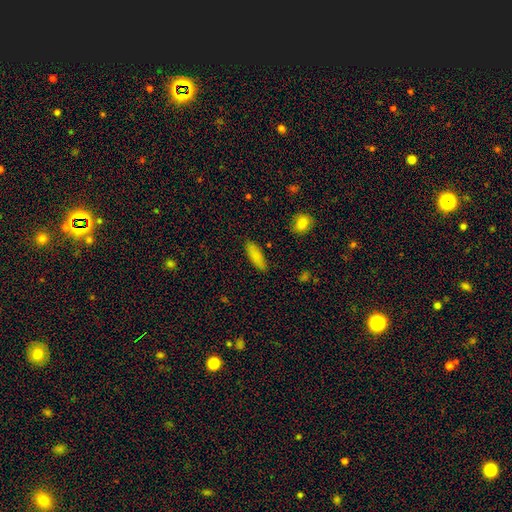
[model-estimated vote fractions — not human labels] A smooth galaxy with no disk features (84%) that is in between round and cigar-shaped (53%).

Vote fractions:
- Smooth or featured? smooth: 84% / featured or disk: 8% / star or artifact: 8%
- How rounded? in between: 53% / cigar-shaped: 45% / round: 2%
- Merging? none: 87% / minor disturbance: 10% / major disturbance: 2% / merger: 2%